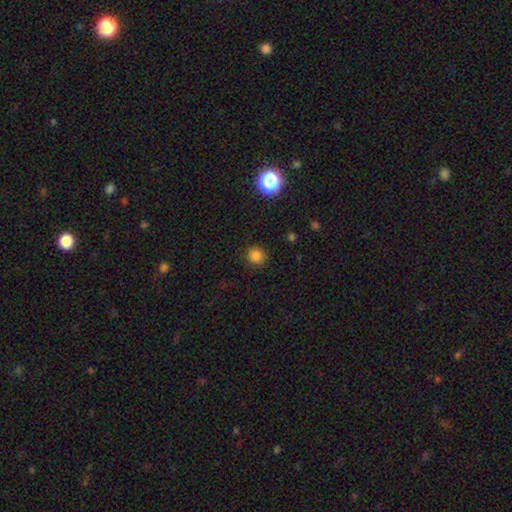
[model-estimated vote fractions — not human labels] This appears to be a smooth galaxy with no disk features (82%) that is round (91%). Merging: none (89%).